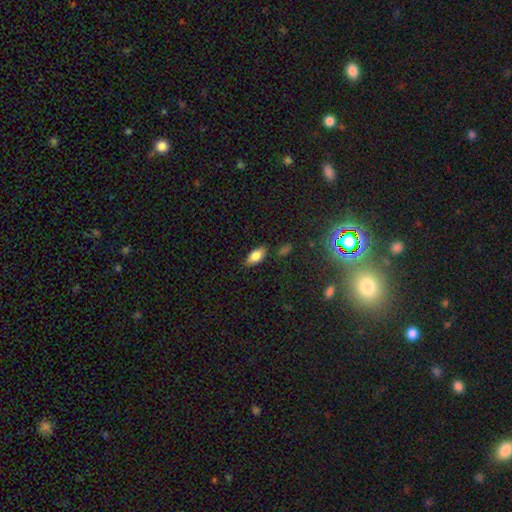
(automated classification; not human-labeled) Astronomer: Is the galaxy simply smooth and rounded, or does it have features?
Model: smooth — 80%.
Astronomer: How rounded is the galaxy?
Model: in between — 89%.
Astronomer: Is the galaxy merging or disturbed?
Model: none — 82%.